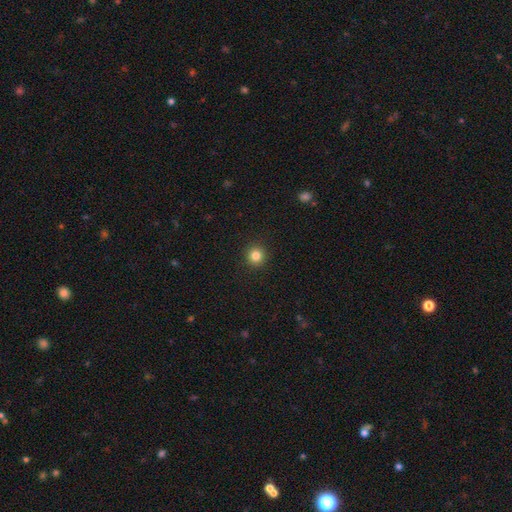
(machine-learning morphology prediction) A smooth galaxy with no disk features (83%) that is round (94%). Merging: none (93%).